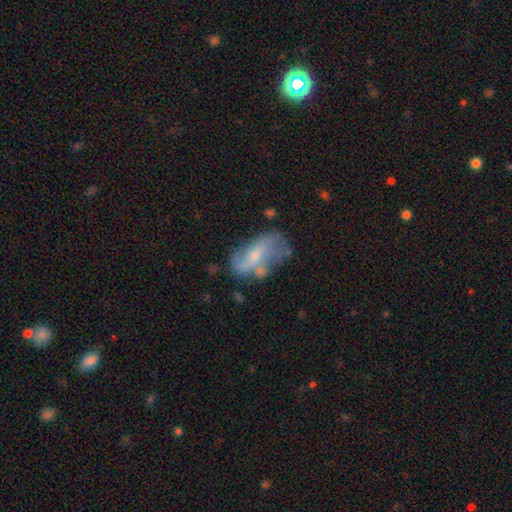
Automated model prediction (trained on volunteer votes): Smooth or featured? Predicted: featured or disk (p=0.61). Edge-on disk? Predicted: no (p=0.93). Bar? Predicted: no (p=0.53). Spiral arms? Predicted: yes (p=0.69). Bulge size? Predicted: small (p=0.57). Merging? Predicted: none (p=0.44).